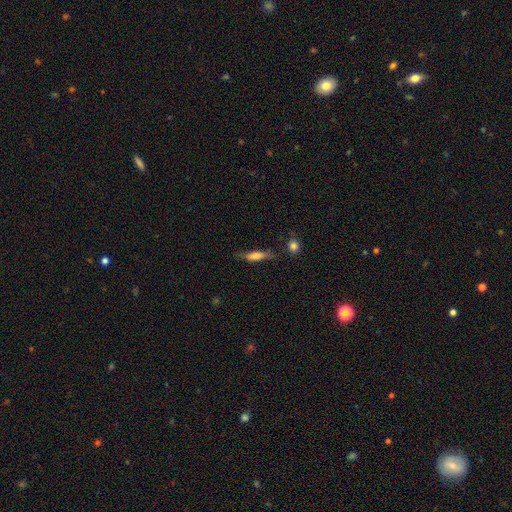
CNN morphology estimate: The model was most divided on "smooth or featured": smooth: 56%, featured or disk: 36%, star or artifact: 8%. More confident: how rounded — cigar-shaped (70%); merging — none (68%).